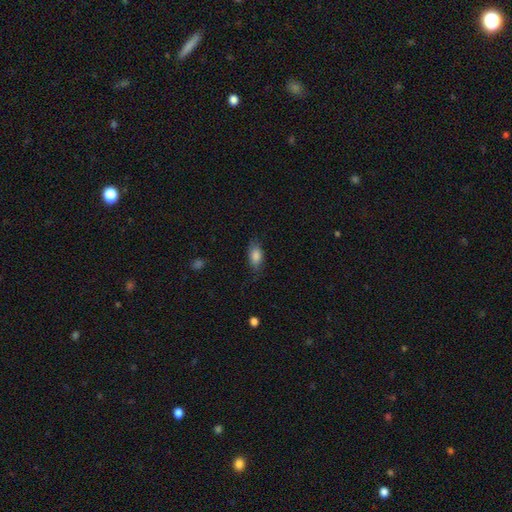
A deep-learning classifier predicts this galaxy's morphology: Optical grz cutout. It shows a smooth galaxy with no disk features (85%) that is in between round and cigar-shaped (88%). Merging: none (77%).